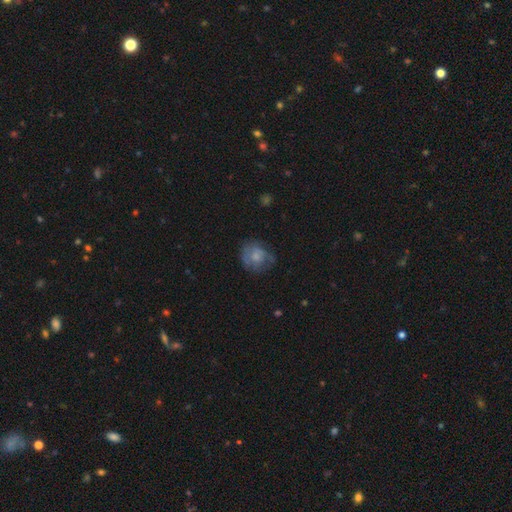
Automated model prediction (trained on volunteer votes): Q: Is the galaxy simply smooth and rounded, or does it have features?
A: smooth — 58%.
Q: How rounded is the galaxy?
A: round — 71%.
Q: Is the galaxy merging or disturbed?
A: none — 53%.